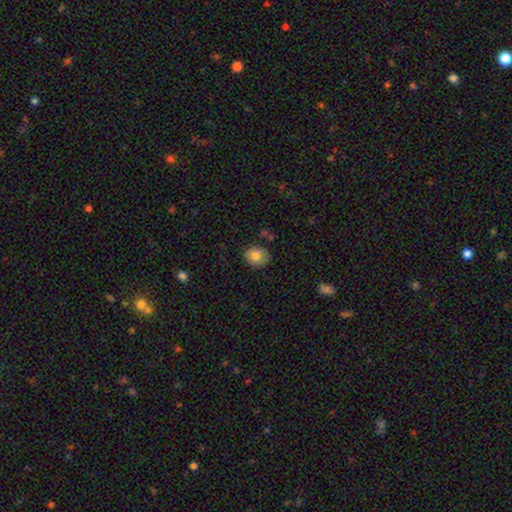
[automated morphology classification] smooth-or-featured: smooth: 80% | featured or disk: 11% | star or artifact: 9%
  how-rounded: round: 57% | in between: 42% | cigar-shaped: 1%
  merging: none: 78% | minor disturbance: 16% | major disturbance: 3% | merger: 3%